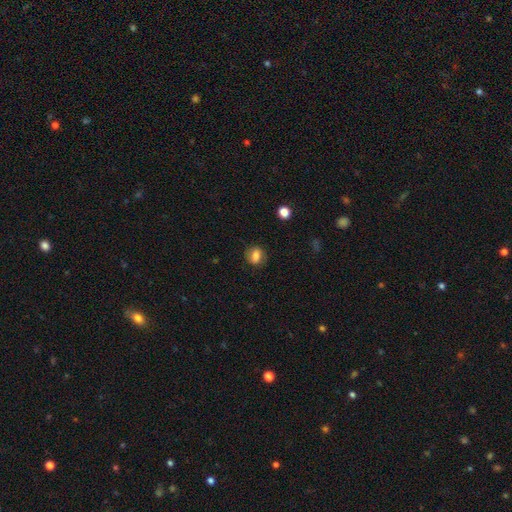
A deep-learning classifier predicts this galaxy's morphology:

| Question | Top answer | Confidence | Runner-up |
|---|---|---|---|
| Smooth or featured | smooth | 73% | featured or disk (17%) |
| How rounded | in between | 52% | round (46%) |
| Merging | none | 79% | minor disturbance (15%) |